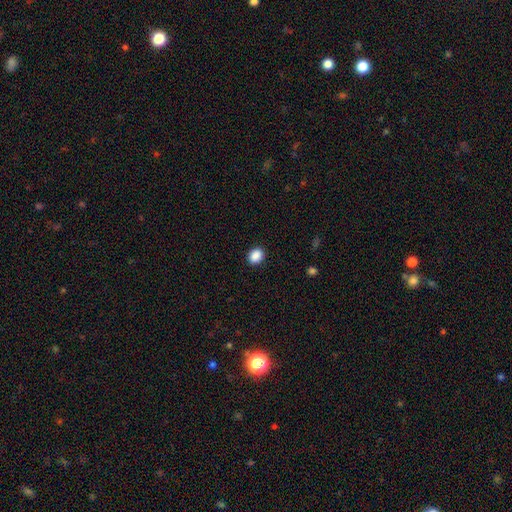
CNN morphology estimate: smooth_or_featured: smooth (p=0.89) [alt: star or artifact p=0.09]
how_rounded: in between (p=0.50) [alt: round p=0.49]
merging: none (p=0.90) [alt: minor disturbance p=0.07]